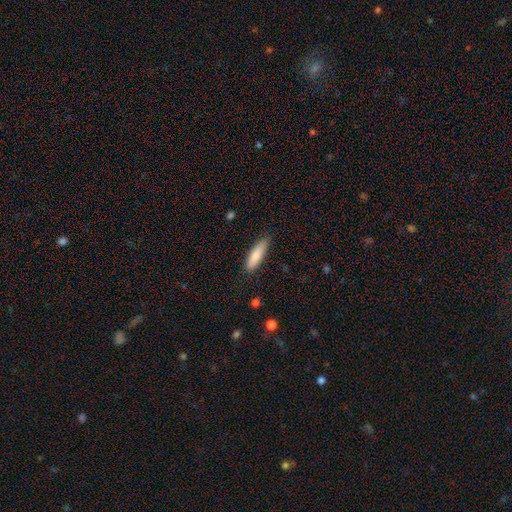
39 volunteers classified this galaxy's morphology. A smooth galaxy with no disk features (90%) that is cigar-shaped (66%). Merging: none (68%).